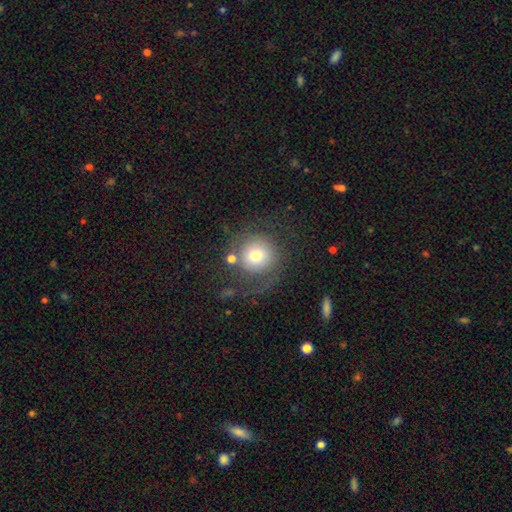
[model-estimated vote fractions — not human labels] Morphology: type=smooth (58%); roundness=round (91%); merging=none (56%).